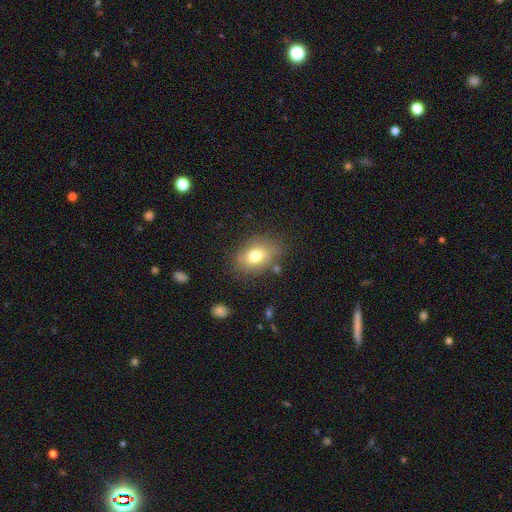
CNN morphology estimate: Q: Smooth or featured?
A: smooth (75%); runner-up: featured or disk (15%)
Q: How rounded?
A: in between (70%); runner-up: round (29%)
Q: Merging?
A: none (73%); runner-up: minor disturbance (18%)